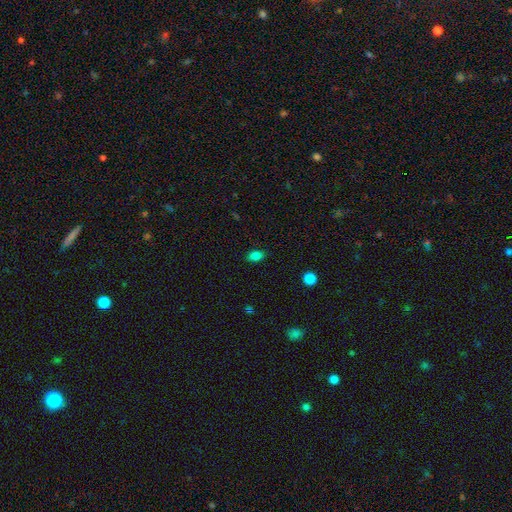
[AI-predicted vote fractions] This appears to be a smooth galaxy with no disk features (84%) that is in between round and cigar-shaped (83%). Merging: none (87%).